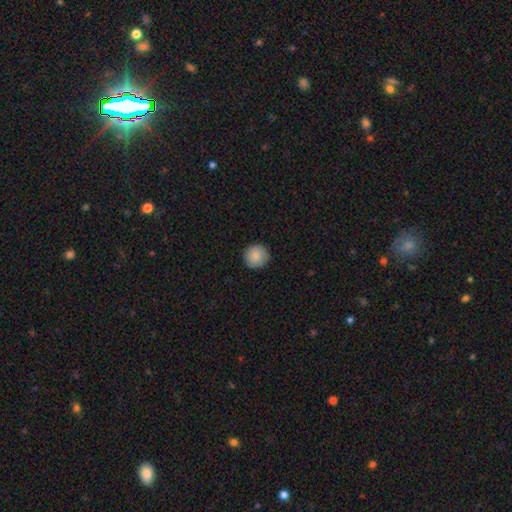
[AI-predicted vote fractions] Smooth or featured: smooth — 87% (star or artifact — 7%)
How rounded: round — 95% (in between — 4%)
Merging: none — 91% (minor disturbance — 7%)